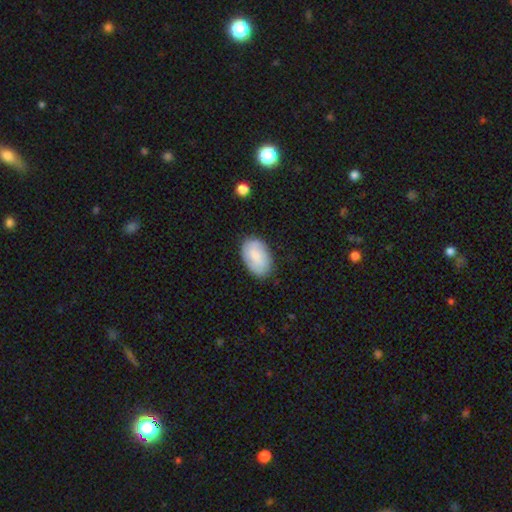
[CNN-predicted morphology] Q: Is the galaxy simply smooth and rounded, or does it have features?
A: smooth — 72%.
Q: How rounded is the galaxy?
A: in between — 92%.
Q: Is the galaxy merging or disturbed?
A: none — 81%.